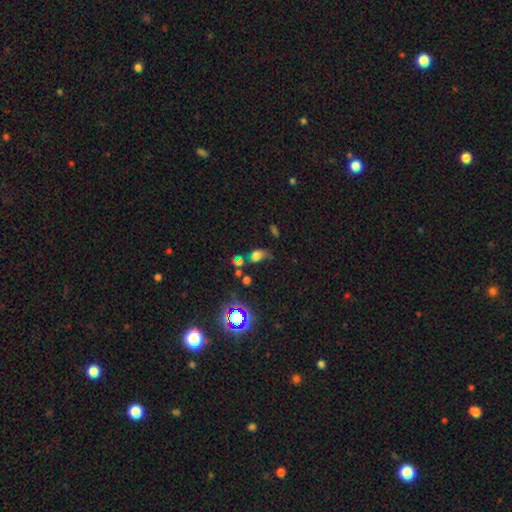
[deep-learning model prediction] smooth 54%, star or artifact 29%, featured or disk 17%. Down the decision tree: how rounded — in between (74%); merging — none (38%).